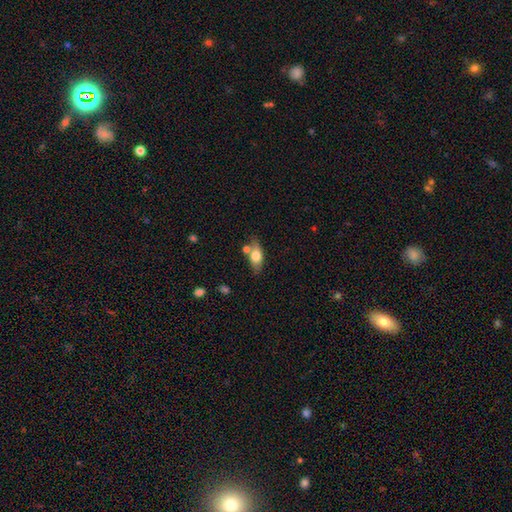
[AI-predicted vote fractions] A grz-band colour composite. It shows a smooth galaxy with no disk features (69%) that is in between round and cigar-shaped (80%). Merging: none (66%).